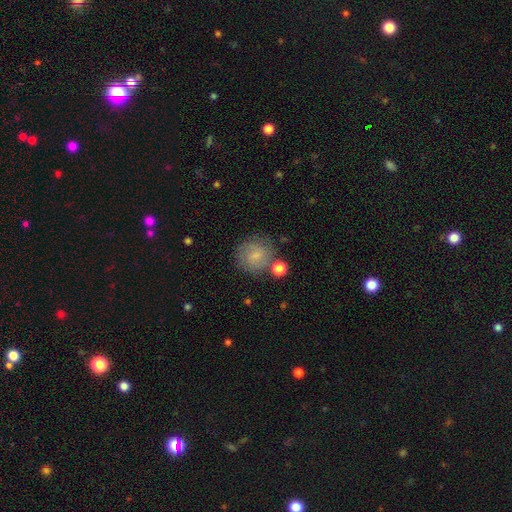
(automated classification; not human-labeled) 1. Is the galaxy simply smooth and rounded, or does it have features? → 64% smooth, 27% featured or disk, 9% star or artifact.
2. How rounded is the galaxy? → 89% round, 10% in between, 1% cigar-shaped.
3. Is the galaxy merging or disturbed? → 71% none, 15% minor disturbance, 8% merger, 6% major disturbance.